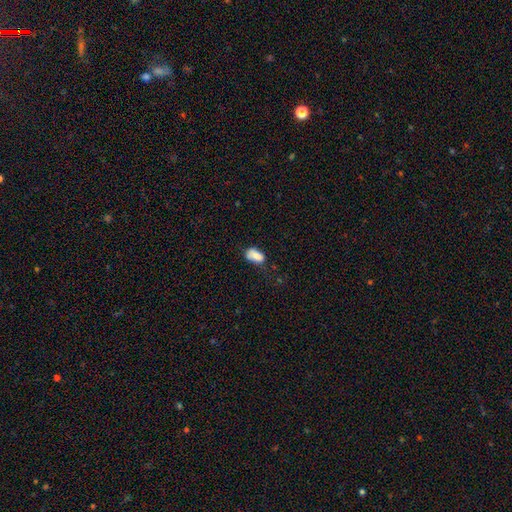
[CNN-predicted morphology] smooth-or-featured: smooth: 80% | featured or disk: 11% | star or artifact: 9%
  how-rounded: in between: 89% | round: 8% | cigar-shaped: 3%
  merging: none: 41% | minor disturbance: 35% | major disturbance: 15% | merger: 9%